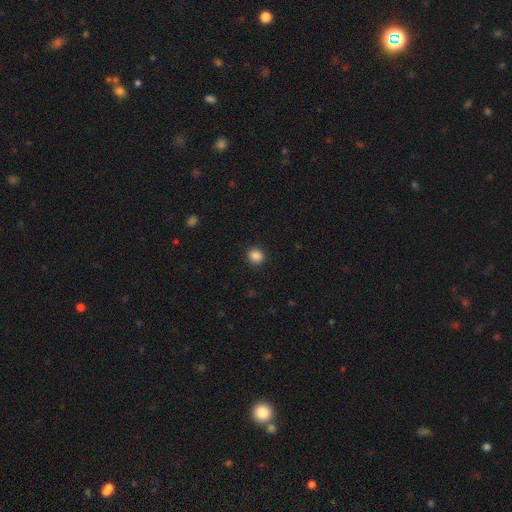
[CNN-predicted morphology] Q: Smooth or featured?
A: smooth (87%); runner-up: star or artifact (10%)
Q: How rounded?
A: round (76%); runner-up: in between (23%)
Q: Merging?
A: none (91%); runner-up: minor disturbance (6%)